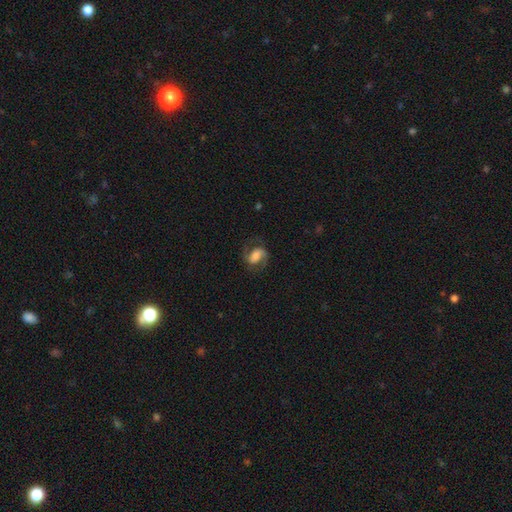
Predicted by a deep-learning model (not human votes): smooth_or_featured: featured or disk (p=0.62) [alt: smooth p=0.30]
disk_edge_on: no (p=0.97) [alt: yes p=0.03]
bar: weak (p=0.41) [alt: no p=0.35]
has_spiral_arms: yes (p=0.92) [alt: no p=0.08]
spiral_winding: medium (p=0.51) [alt: loose p=0.31]
spiral_arm_count: 2 (p=0.88) [alt: can't tell p=0.05]
bulge_size: moderate (p=0.36) [alt: large p=0.30]
merging: none (p=0.68) [alt: minor disturbance p=0.18]